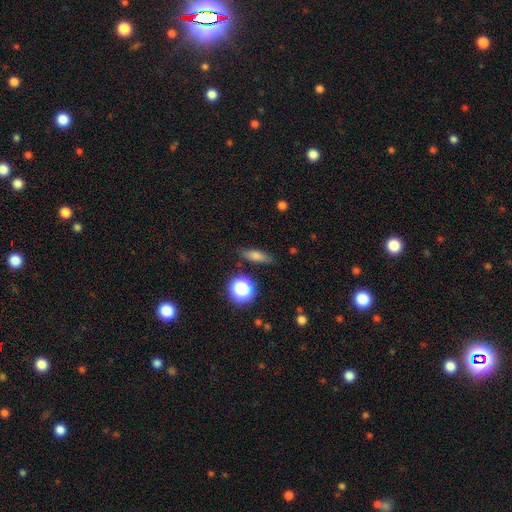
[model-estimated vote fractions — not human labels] Smooth or featured? Predicted: smooth (p=0.63). How rounded? Predicted: cigar-shaped (p=0.52). Merging? Predicted: none (p=0.84).